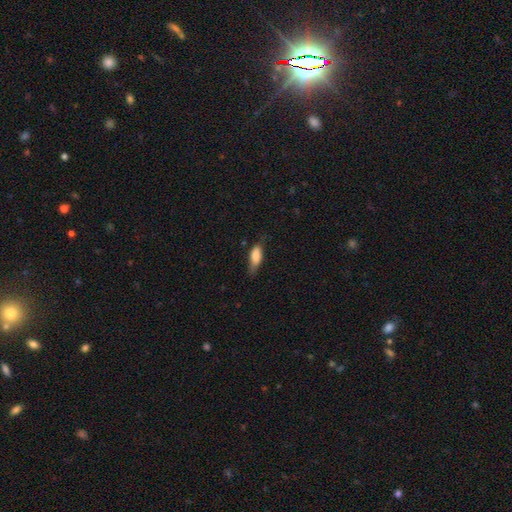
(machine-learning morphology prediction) This appears to be a smooth galaxy with no disk features (81%) that is in between round and cigar-shaped (73%). Merging: none (51%).